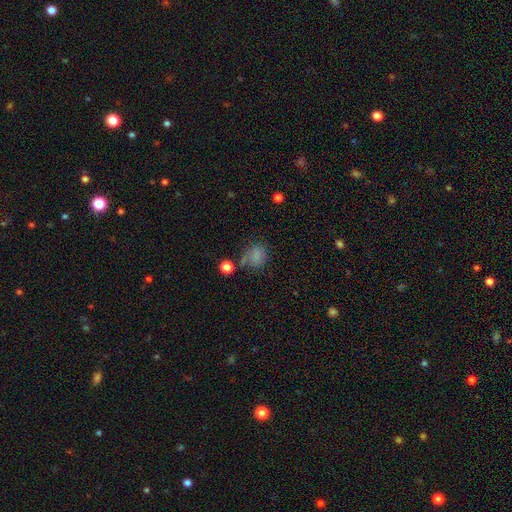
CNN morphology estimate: A smooth galaxy with no disk features (75%) that is round (58%).

Vote fractions:
- Smooth or featured? smooth: 75% / star or artifact: 15% / featured or disk: 10%
- How rounded? round: 58% / in between: 41% / cigar-shaped: 1%
- Merging? none: 53% / minor disturbance: 24% / major disturbance: 14% / merger: 9%